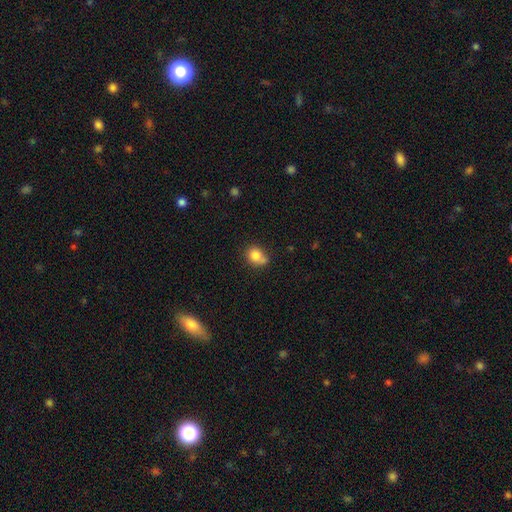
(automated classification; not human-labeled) Smooth or featured: smooth — 81% (star or artifact — 10%)
How rounded: round — 68% (in between — 31%)
Merging: none — 50% (merger — 22%)